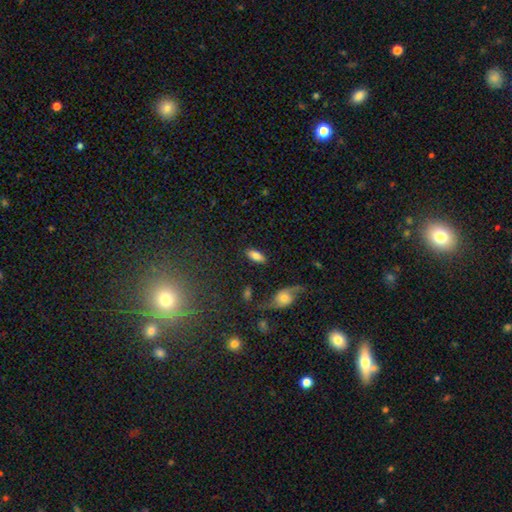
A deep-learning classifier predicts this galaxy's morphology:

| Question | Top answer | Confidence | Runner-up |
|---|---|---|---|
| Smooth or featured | smooth | 81% | featured or disk (12%) |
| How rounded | in between | 88% | cigar-shaped (8%) |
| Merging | none | 84% | minor disturbance (10%) |